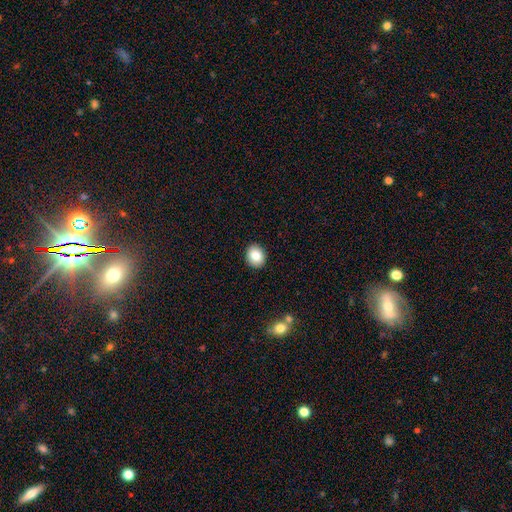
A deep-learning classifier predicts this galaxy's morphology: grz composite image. It shows a smooth galaxy with no disk features (83%) that is round (61%). Merging: none (91%).